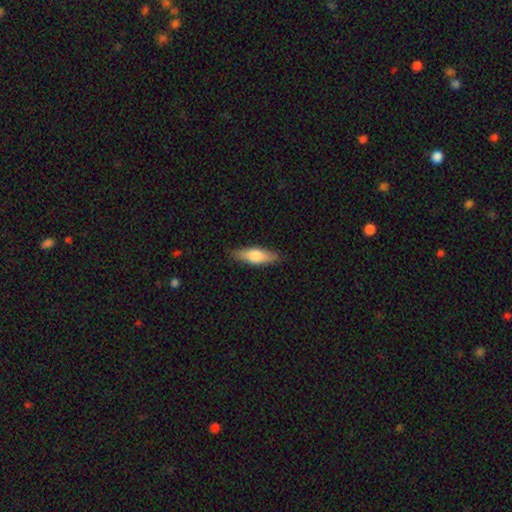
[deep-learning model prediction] smooth_or_featured: smooth (p=0.67) [alt: featured or disk p=0.28]
how_rounded: in between (p=0.50) [alt: cigar-shaped p=0.48]
merging: none (p=0.86) [alt: minor disturbance p=0.10]